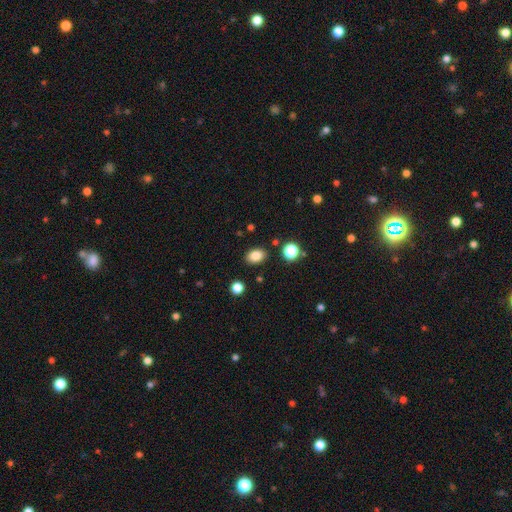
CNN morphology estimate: Q: Smooth or featured?
A: smooth (84%); runner-up: star or artifact (11%)
Q: How rounded?
A: in between (76%); runner-up: round (23%)
Q: Merging?
A: none (86%); runner-up: minor disturbance (9%)